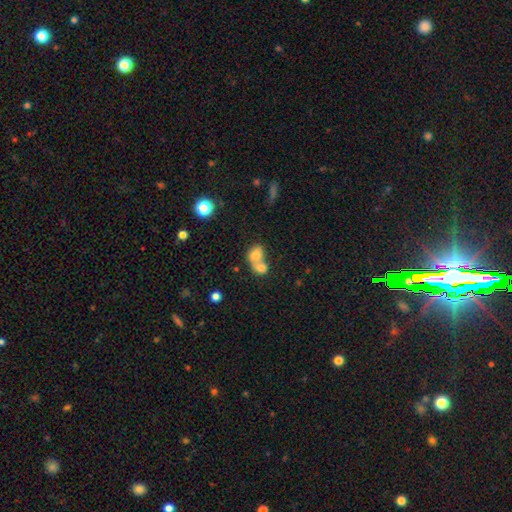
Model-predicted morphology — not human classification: A smooth galaxy with no disk features (73%) that is in between round and cigar-shaped (50%).

Vote fractions:
- Smooth or featured? smooth: 73% / featured or disk: 17% / star or artifact: 10%
- How rounded? in between: 50% / round: 49% / cigar-shaped: 1%
- Merging? merger: 74% / none: 17% / minor disturbance: 5% / major disturbance: 3%